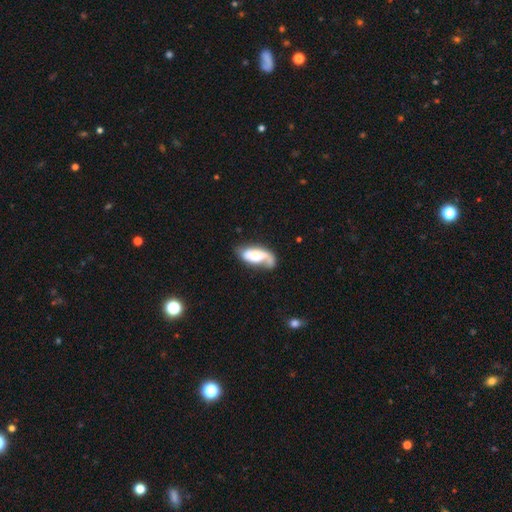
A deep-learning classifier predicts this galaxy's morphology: Smooth or featured? Predicted: featured or disk (p=0.53). Edge-on disk? Predicted: no (p=0.91). Merging? Predicted: none (p=0.41).